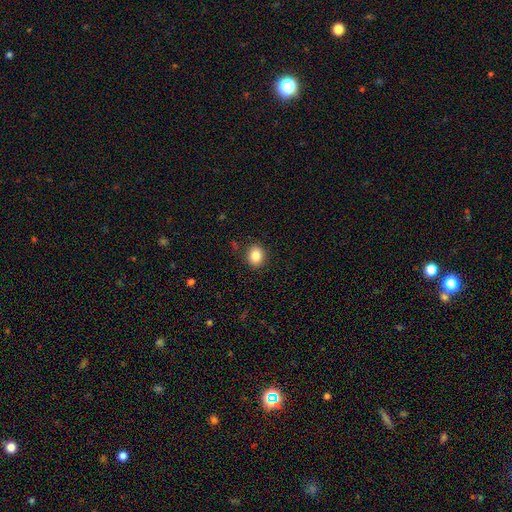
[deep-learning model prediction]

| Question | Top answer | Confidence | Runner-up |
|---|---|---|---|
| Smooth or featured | smooth | 85% | star or artifact (10%) |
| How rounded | round | 62% | in between (37%) |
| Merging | none | 89% | minor disturbance (8%) |